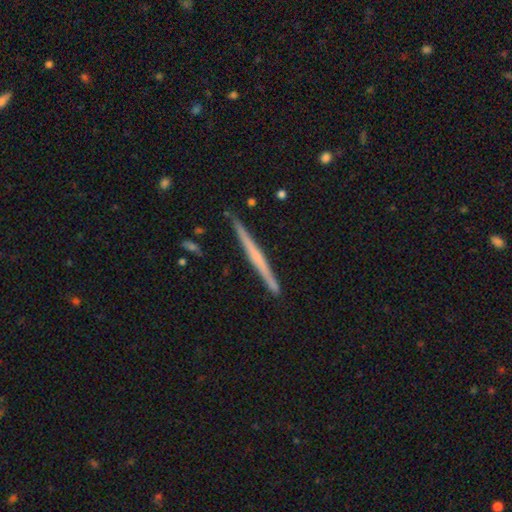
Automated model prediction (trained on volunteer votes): smooth-or-featured: featured or disk: 59% | smooth: 36% | star or artifact: 5%
  disk-edge-on: yes: 98% | no: 2%
    edge-on-bulge: none: 72% | rounded: 19% | boxy: 9%
  merging: none: 90% | minor disturbance: 8% | merger: 1% | major disturbance: 1%